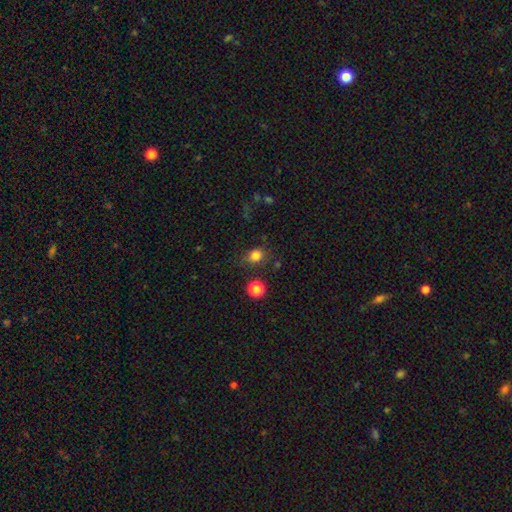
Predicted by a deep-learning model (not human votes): The model was most divided on "how rounded": round: 69%, in between: 30%, cigar-shaped: 1%. More confident: smooth or featured — smooth (81%); merging — none (76%).